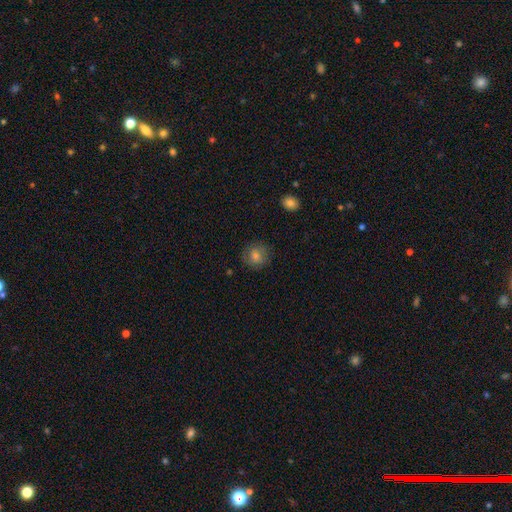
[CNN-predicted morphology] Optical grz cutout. It shows a smooth galaxy with no disk features (69%) that is round (89%). Merging: none (85%).